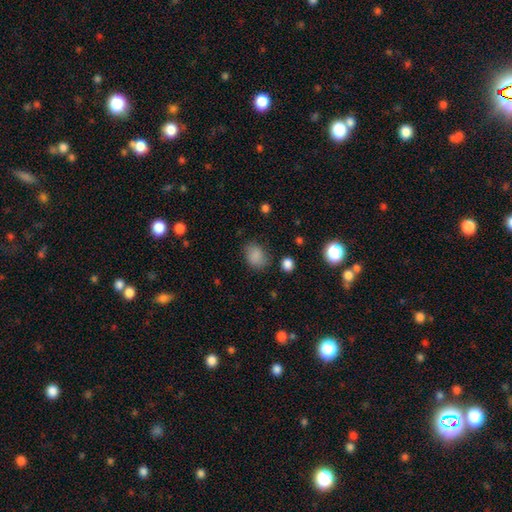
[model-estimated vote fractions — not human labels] Overall: smooth (83%). How rounded: in between (60%; round 39%). Merging: none (73%).